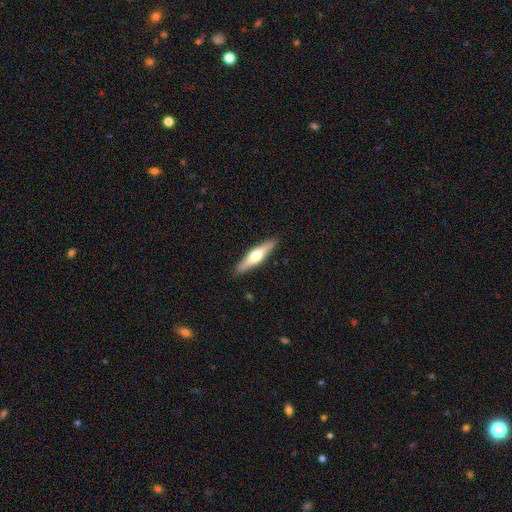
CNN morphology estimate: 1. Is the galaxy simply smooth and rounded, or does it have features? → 57% featured or disk, 38% smooth, 5% star or artifact.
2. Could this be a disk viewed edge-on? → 95% yes, 5% no.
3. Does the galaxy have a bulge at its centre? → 93% rounded, 4% boxy, 3% none.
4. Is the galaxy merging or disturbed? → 90% none, 7% minor disturbance, 2% major disturbance, 1% merger.